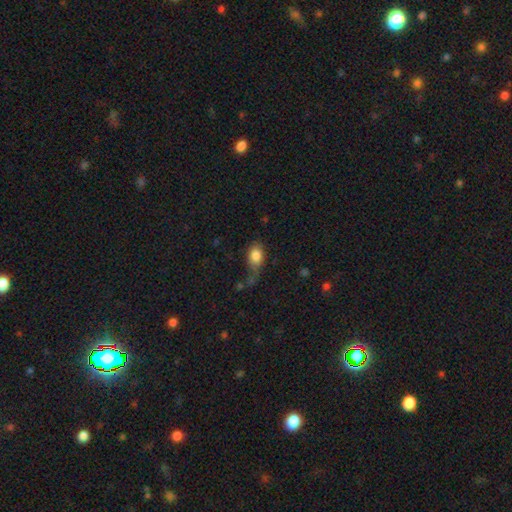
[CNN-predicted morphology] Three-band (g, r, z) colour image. It shows a smooth galaxy with no disk features (82%) that is in between round and cigar-shaped (77%). Merging: none (39%).